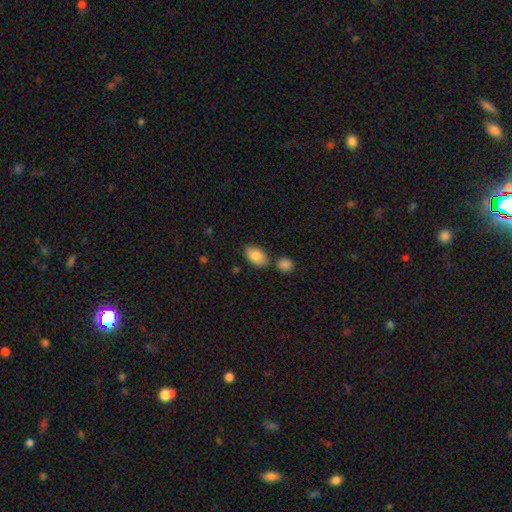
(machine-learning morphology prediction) The model was most divided on "merging": none: 72%, minor disturbance: 14%, merger: 11%, major disturbance: 3%. More confident: how rounded — in between (92%); smooth or featured — smooth (85%).